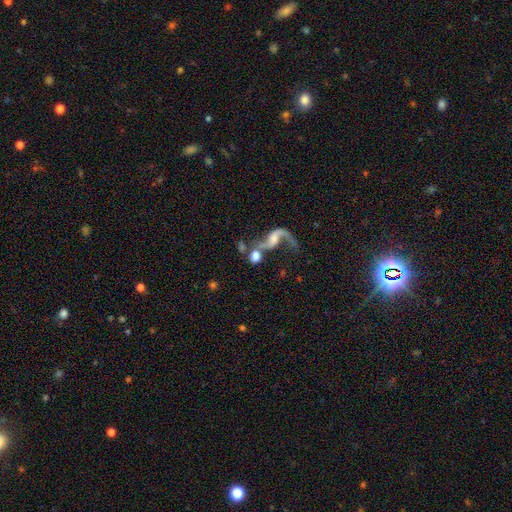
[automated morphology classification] The model was most divided on "merging": merger: 40%, none: 36%, major disturbance: 13%, minor disturbance: 11%. Remaining: smooth or featured — featured or disk (49%).